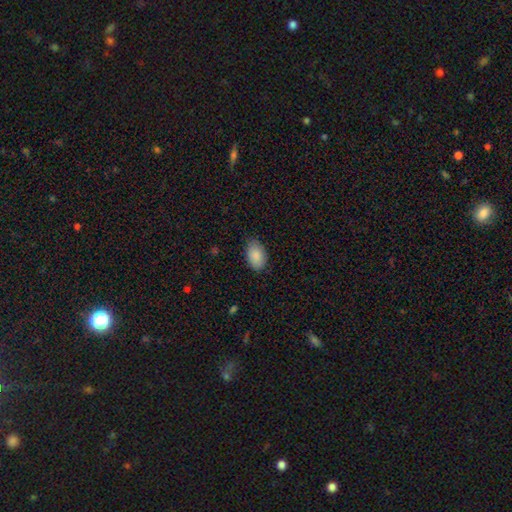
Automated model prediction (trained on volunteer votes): This is clearly a smooth galaxy (88%). How rounded: clearly in between (91%). Merging: likely none (78%).